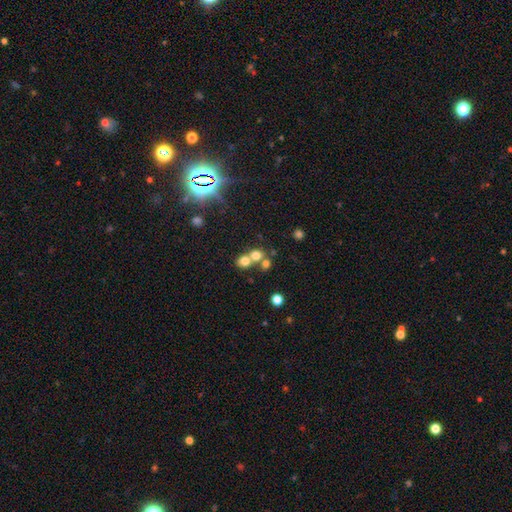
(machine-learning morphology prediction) smooth 69%, star or artifact 18%, featured or disk 14%. Down the decision tree: how rounded — round (79%); merging — merger (55%).